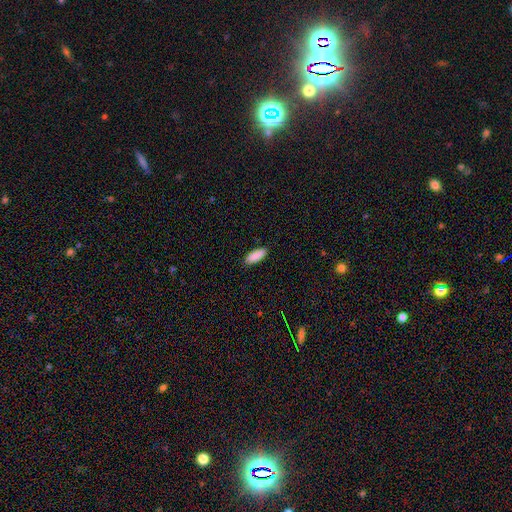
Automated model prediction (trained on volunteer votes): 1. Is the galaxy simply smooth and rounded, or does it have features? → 90% smooth, 6% star or artifact, 4% featured or disk.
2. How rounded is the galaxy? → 66% in between, 32% cigar-shaped, 2% round.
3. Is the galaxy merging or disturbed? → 89% none, 9% minor disturbance, 2% major disturbance, 1% merger.